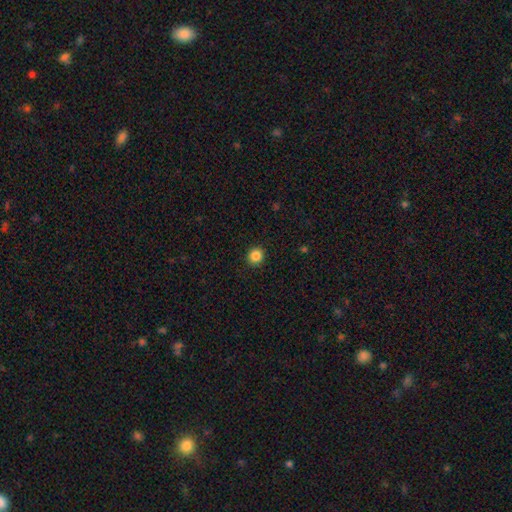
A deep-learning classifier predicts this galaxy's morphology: Smooth or featured?
  - smooth: 86% *
  - star or artifact: 11%
  - featured or disk: 4%
How rounded?
  - round: 89% *
  - in between: 10%
  - cigar-shaped: 1%
Merging?
  - none: 93% *
  - minor disturbance: 5%
  - major disturbance: 2%
  - merger: 1%